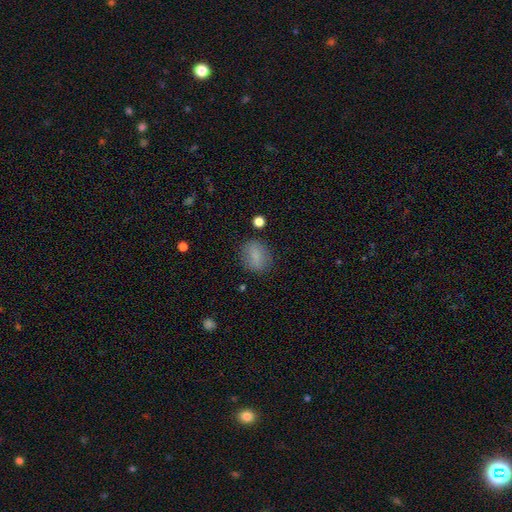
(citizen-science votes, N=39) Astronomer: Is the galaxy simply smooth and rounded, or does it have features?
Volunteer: smooth — 90%.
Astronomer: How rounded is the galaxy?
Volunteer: round — 54% (runner-up: in between, 46%).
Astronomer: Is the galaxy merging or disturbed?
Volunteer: none — 76%.